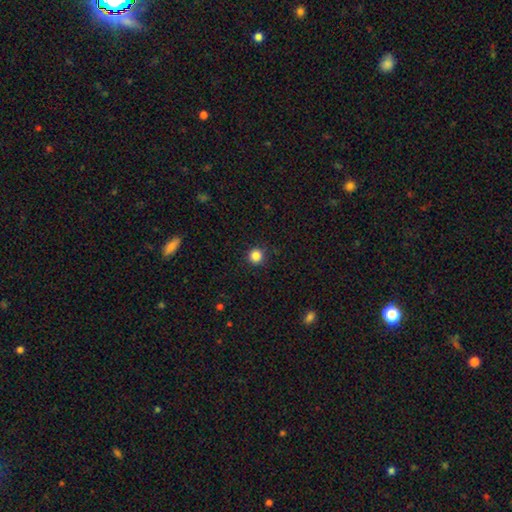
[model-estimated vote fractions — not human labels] smooth-or-featured: smooth: 85% | star or artifact: 12% | featured or disk: 3%
  how-rounded: round: 95% | in between: 4% | cigar-shaped: 1%
  merging: none: 91% | minor disturbance: 6% | major disturbance: 2% | merger: 1%